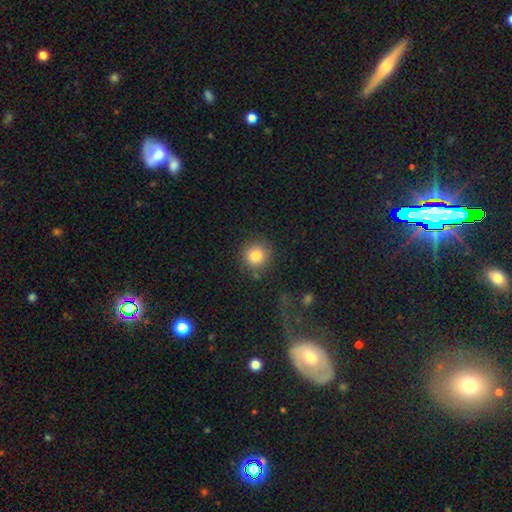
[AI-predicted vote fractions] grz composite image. It shows a smooth galaxy with no disk features (83%) that is round (93%). Merging: none (84%).